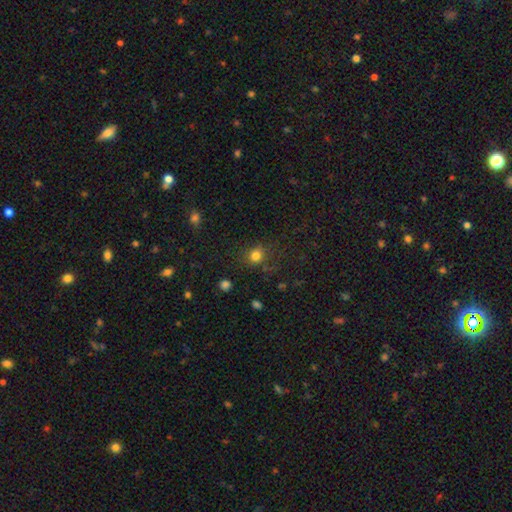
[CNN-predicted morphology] smooth-or-featured: smooth: 78% | star or artifact: 16% | featured or disk: 6%
  how-rounded: round: 81% | in between: 18% | cigar-shaped: 1%
  merging: none: 77% | minor disturbance: 14% | major disturbance: 6% | merger: 3%